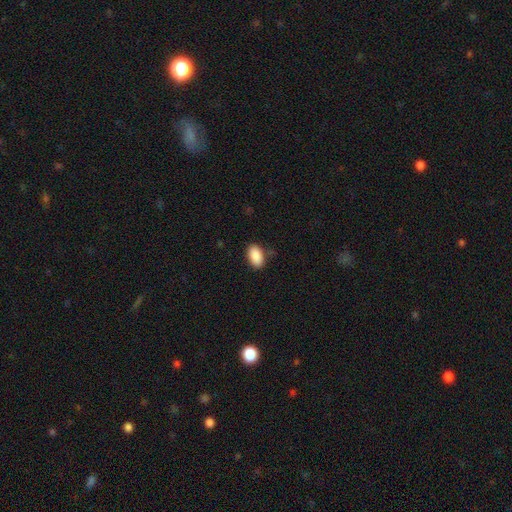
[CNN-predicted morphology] smooth-or-featured: smooth: 90% | star or artifact: 7% | featured or disk: 3%
  how-rounded: in between: 93% | round: 5% | cigar-shaped: 2%
  merging: none: 82% | minor disturbance: 13% | major disturbance: 3% | merger: 2%